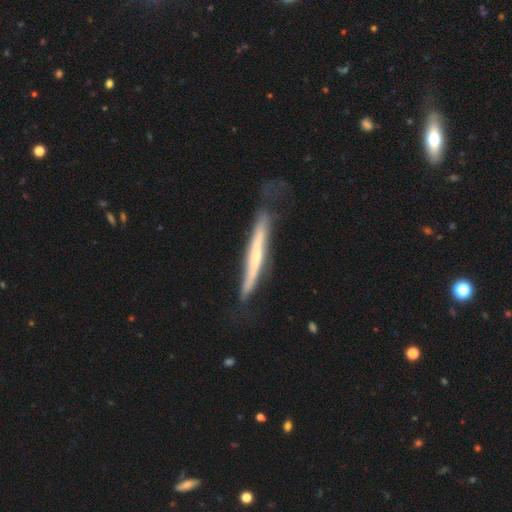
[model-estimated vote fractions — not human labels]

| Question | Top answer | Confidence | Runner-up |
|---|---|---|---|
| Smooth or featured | featured or disk | 62% | smooth (33%) |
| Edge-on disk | yes | 90% | no (10%) |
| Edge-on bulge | none | 51% | rounded (40%) |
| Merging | none | 62% | minor disturbance (26%) |